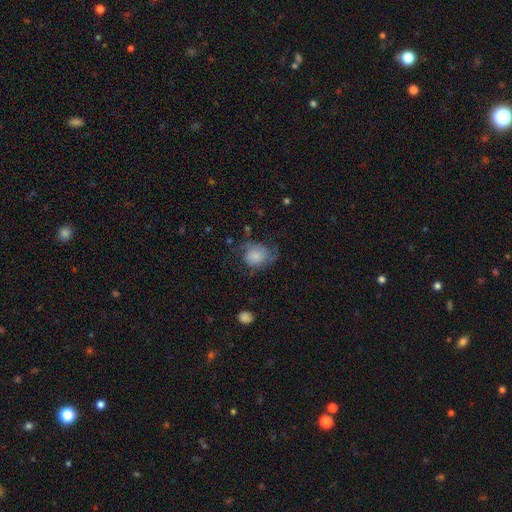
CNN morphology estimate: A smooth galaxy with no disk features (65%) that is round (56%).

Vote fractions:
- Smooth or featured? smooth: 65% / featured or disk: 26% / star or artifact: 9%
- How rounded? round: 56% / in between: 43% / cigar-shaped: 1%
- Merging? none: 47% / minor disturbance: 29% / major disturbance: 22% / merger: 2%